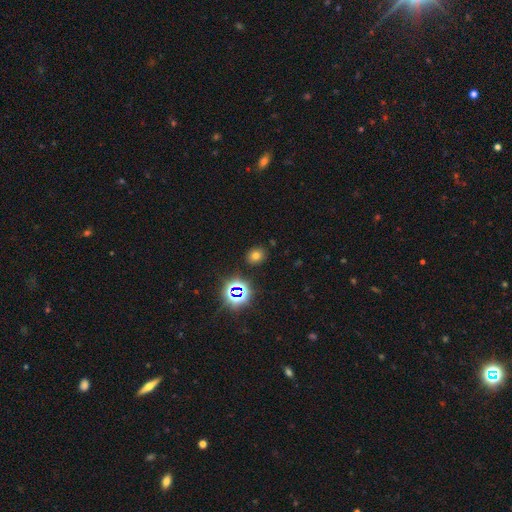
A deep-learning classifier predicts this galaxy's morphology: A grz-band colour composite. It shows a smooth galaxy with no disk features (67%) that is round (63%). Merging: none (86%).